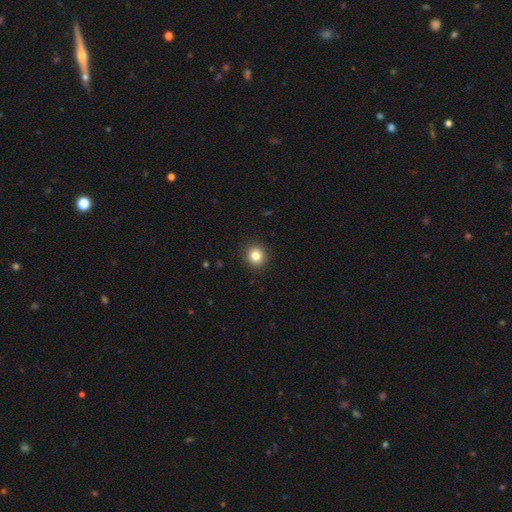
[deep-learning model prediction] smooth_or_featured: smooth (p=0.83) [alt: star or artifact p=0.11]
how_rounded: round (p=0.91) [alt: in between p=0.09]
merging: none (p=0.92) [alt: minor disturbance p=0.05]